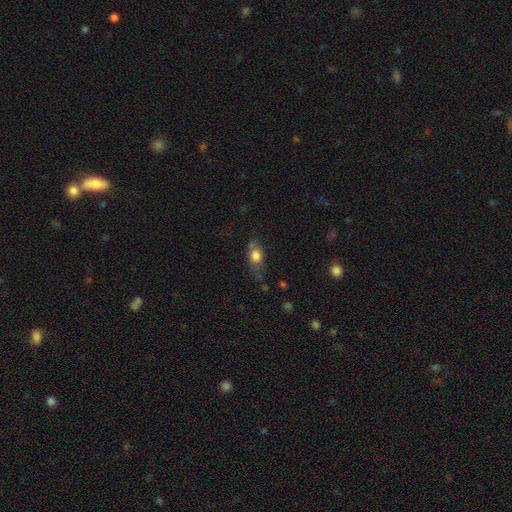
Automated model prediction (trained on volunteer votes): A smooth galaxy with no disk features (75%) that is in between round and cigar-shaped (62%). Merging: none (51%).